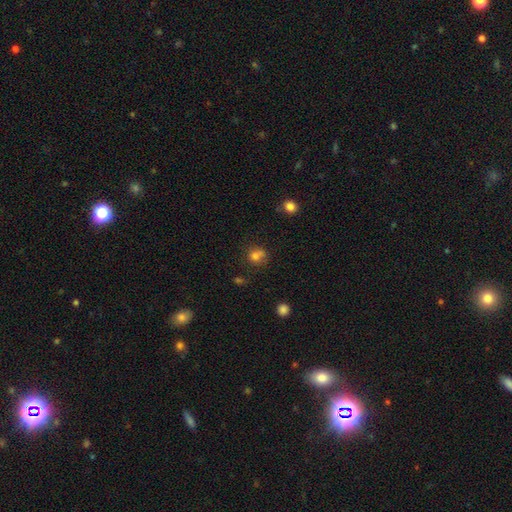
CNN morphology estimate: This appears to be a smooth galaxy with no disk features (75%) that is round (75%). Merging: none (46%).